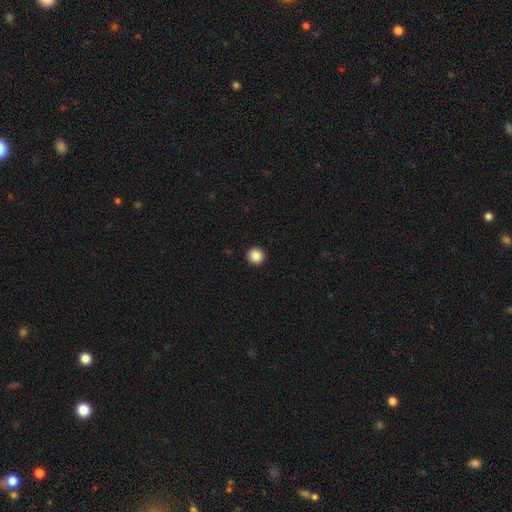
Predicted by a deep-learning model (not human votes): Morphology: type=smooth (88%); roundness=round (94%); merging=none (94%).